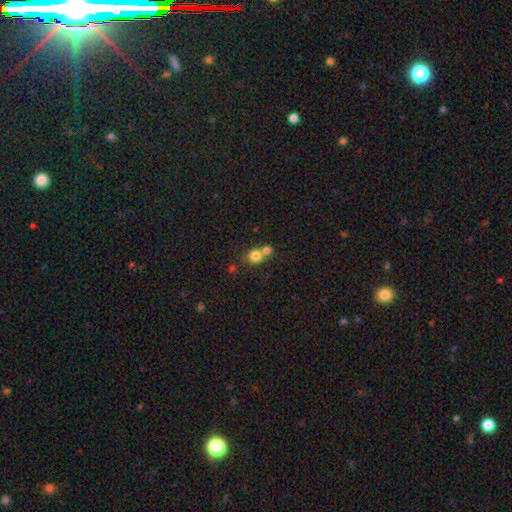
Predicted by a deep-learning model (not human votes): Smooth or featured: smooth — 78% (star or artifact — 11%)
How rounded: round — 79% (in between — 20%)
Merging: merger — 52% (none — 38%)